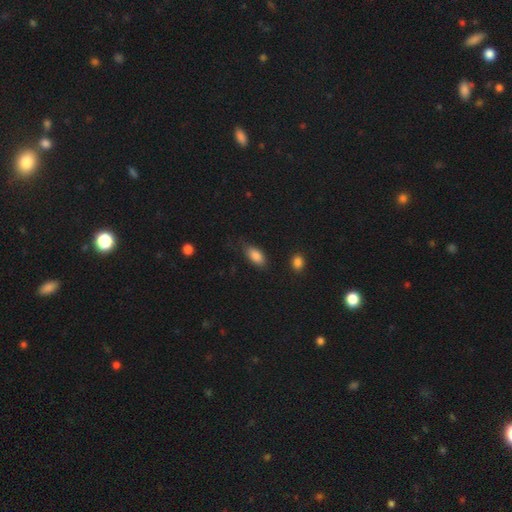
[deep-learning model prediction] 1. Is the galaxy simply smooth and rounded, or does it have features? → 85% smooth, 7% star or artifact, 7% featured or disk.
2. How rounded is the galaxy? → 89% in between, 7% cigar-shaped, 4% round.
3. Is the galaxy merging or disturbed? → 73% none, 20% minor disturbance, 5% major disturbance, 2% merger.